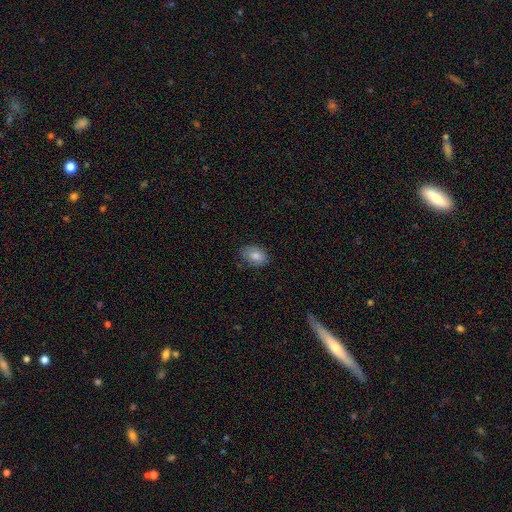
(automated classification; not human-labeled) A smooth galaxy with no disk features (82%) that is in between round and cigar-shaped (83%).

Vote fractions:
- Smooth or featured? smooth: 82% / featured or disk: 9% / star or artifact: 9%
- How rounded? in between: 83% / round: 15% / cigar-shaped: 1%
- Merging? none: 82% / minor disturbance: 15% / major disturbance: 3% / merger: 1%